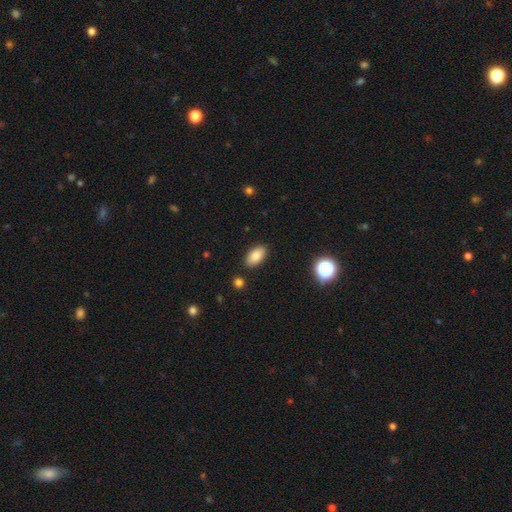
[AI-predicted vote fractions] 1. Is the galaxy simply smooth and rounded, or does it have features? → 83% smooth, 9% star or artifact, 9% featured or disk.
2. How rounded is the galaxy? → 93% in between, 4% round, 4% cigar-shaped.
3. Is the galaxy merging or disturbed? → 88% none, 8% minor disturbance, 2% major disturbance, 2% merger.